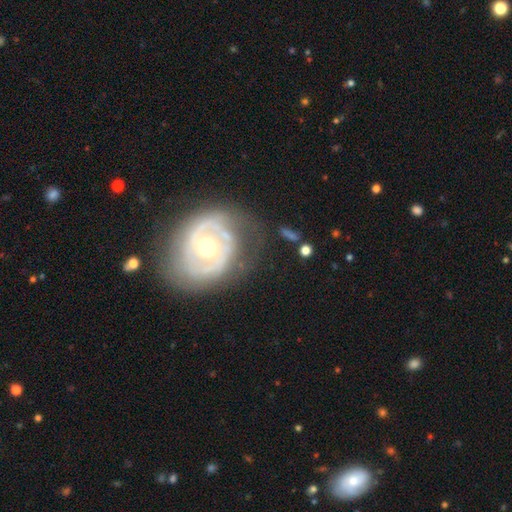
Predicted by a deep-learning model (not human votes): This appears to be a featured or disk galaxy (75%) with no bar (66%), spiral arms (62%) and a moderate central bulge (65%). Merging: none (69%).